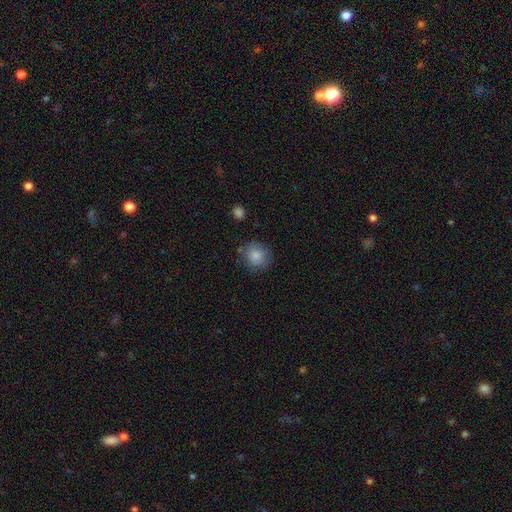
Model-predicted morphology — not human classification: smooth-or-featured: smooth: 85% | star or artifact: 8% | featured or disk: 7%
  how-rounded: round: 85% | in between: 14% | cigar-shaped: 1%
  merging: none: 77% | minor disturbance: 16% | major disturbance: 5% | merger: 3%